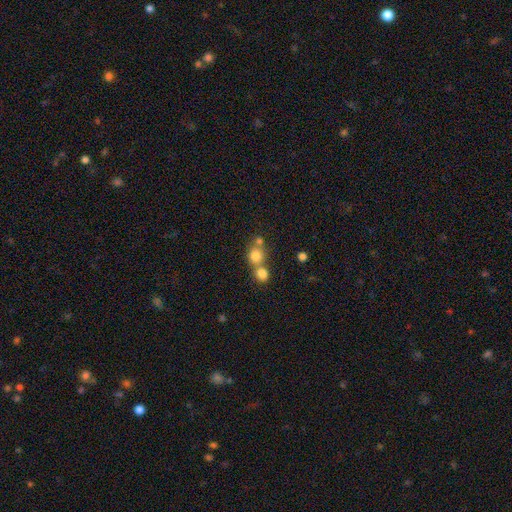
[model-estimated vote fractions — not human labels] This is likely a smooth galaxy (78%). How rounded: clearly round (83%). Merging: possibly merger (46%).